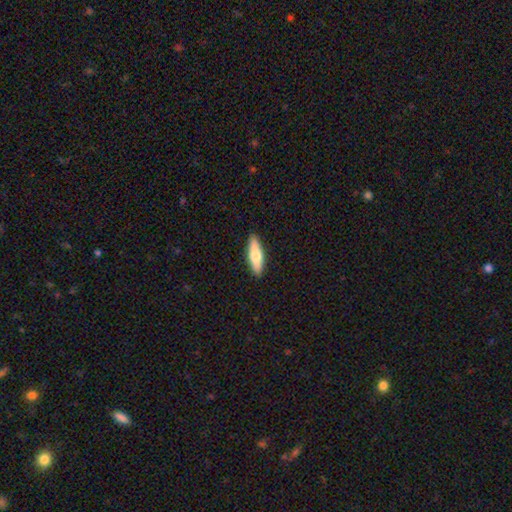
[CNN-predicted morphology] smooth-or-featured: smooth: 66% | featured or disk: 29% | star or artifact: 5%
  how-rounded: cigar-shaped: 56% | in between: 42% | round: 2%
  merging: none: 90% | minor disturbance: 7% | major disturbance: 2% | merger: 1%